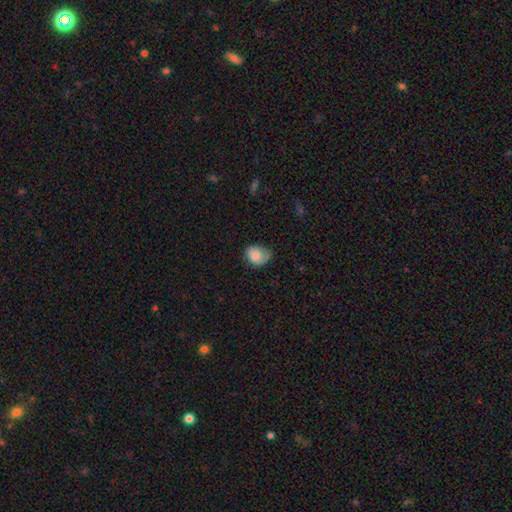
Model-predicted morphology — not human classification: Q: Smooth or featured?
A: smooth (79%); runner-up: featured or disk (13%)
Q: How rounded?
A: in between (56%); runner-up: round (43%)
Q: Merging?
A: none (44%); runner-up: minor disturbance (41%)